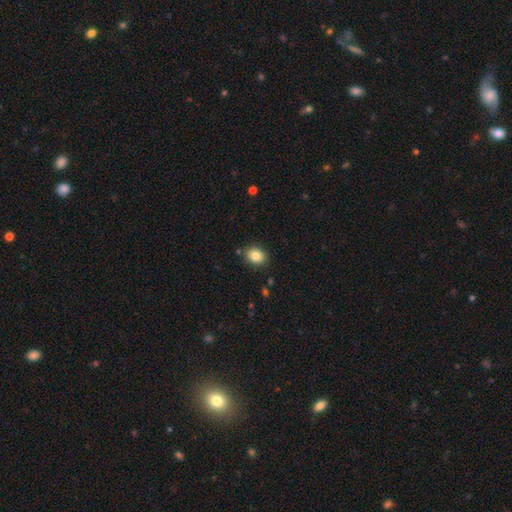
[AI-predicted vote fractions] Morphology: type=smooth (83%); roundness=in between (53%); merging=none (86%).